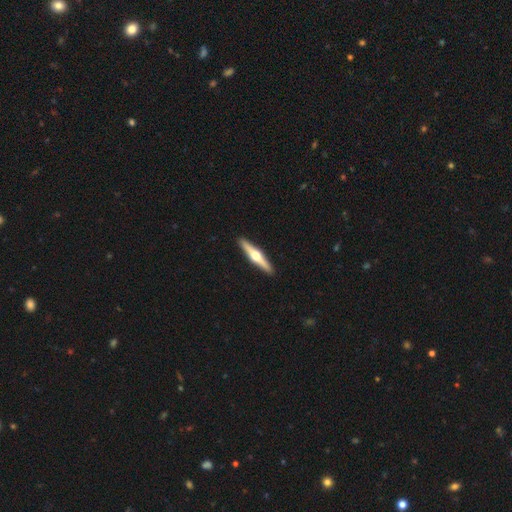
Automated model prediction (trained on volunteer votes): smooth_or_featured: featured or disk (p=0.71) [alt: smooth p=0.25]
disk_edge_on: yes (p=0.98) [alt: no p=0.02]
edge_on_bulge: rounded (p=0.96) [alt: boxy p=0.02]
merging: none (p=0.93) [alt: minor disturbance p=0.05]